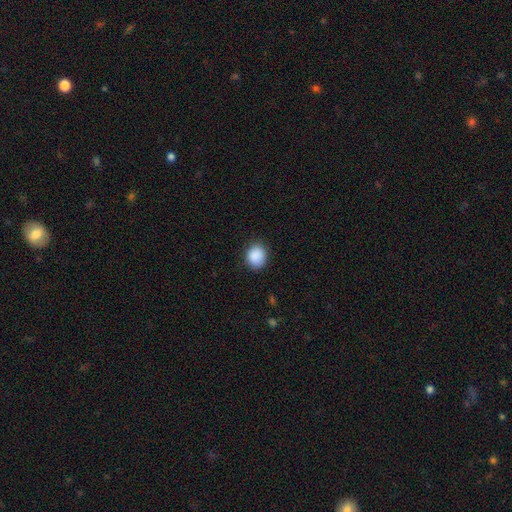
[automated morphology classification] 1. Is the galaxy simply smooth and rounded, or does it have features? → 90% smooth, 8% star or artifact, 3% featured or disk.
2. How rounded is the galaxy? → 69% round, 31% in between, 1% cigar-shaped.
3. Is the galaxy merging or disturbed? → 86% none, 10% minor disturbance, 3% major disturbance, 1% merger.